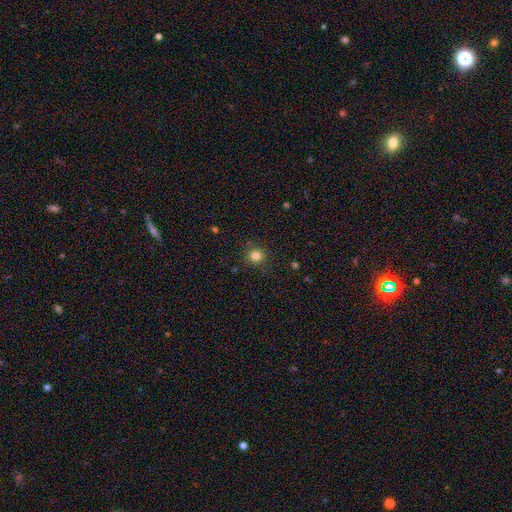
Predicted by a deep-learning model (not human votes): smooth 81%, star or artifact 13%, featured or disk 5%. Down the decision tree: how rounded — round (91%); merging — none (87%).